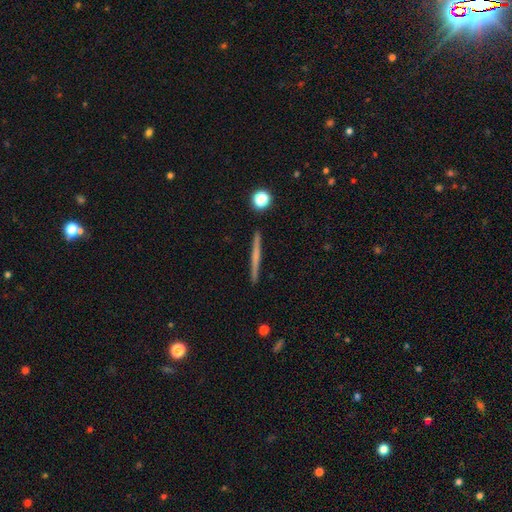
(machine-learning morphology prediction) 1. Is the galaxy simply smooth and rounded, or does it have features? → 47% smooth (tied), 47% featured or disk (tied), 6% star or artifact.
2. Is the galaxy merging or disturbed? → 92% none, 5% minor disturbance, 1% merger, 1% major disturbance.